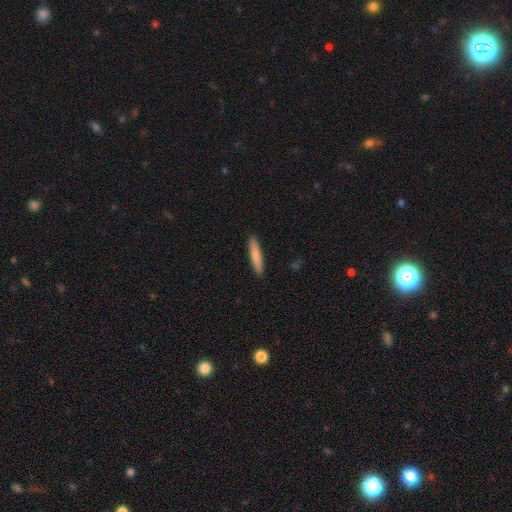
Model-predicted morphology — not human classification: The model was most divided on "smooth or featured": smooth: 80%, featured or disk: 15%, star or artifact: 5%. More confident: merging — none (92%); how rounded — cigar-shaped (89%).